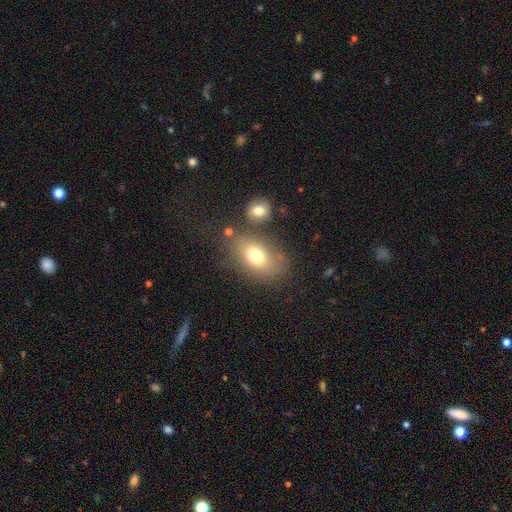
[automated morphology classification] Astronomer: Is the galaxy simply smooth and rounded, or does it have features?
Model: smooth — 73%.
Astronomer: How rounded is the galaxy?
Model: in between — 80%.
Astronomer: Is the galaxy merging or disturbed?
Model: none — 68%.